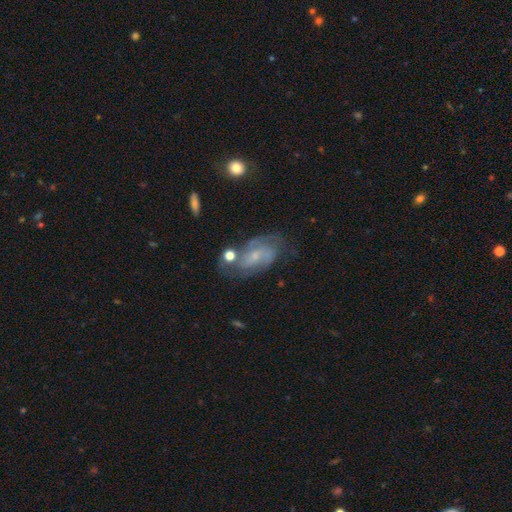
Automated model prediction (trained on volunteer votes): Overall: featured or disk (73%). Edge-on disk: no (96%). Bar: no (56%; weak 37%). Spiral arms: yes (89%). Spiral arm count: 2 (46%; can't tell 30%). Spiral winding: medium (42%, tied with tight). Bulge size: small (69%). Merging: none (58%; minor disturbance 22%).